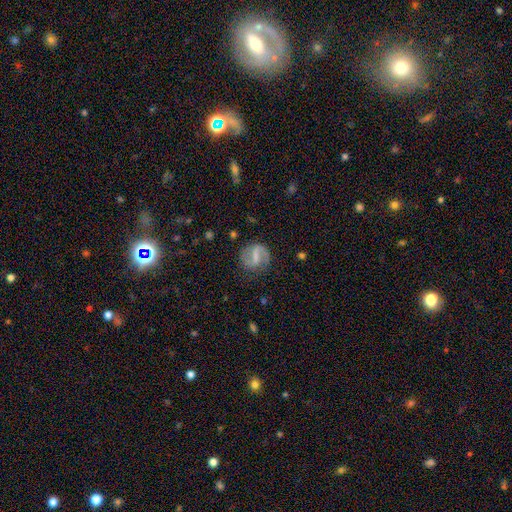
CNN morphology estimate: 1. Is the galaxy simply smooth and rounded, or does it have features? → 79% featured or disk, 15% smooth, 6% star or artifact.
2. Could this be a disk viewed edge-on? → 98% no, 2% yes.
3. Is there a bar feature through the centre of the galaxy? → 45% strong, 42% weak, 13% no.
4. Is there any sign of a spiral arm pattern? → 93% yes, 7% no.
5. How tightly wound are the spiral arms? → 49% medium, 33% loose, 18% tight.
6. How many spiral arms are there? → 89% 2, 5% 1, 4% can't tell, 1% 3, 1% 4, 1% more than 4.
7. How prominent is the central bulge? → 43% none, 34% small, 19% moderate, 3% large, 1% dominant.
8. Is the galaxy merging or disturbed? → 79% none, 13% minor disturbance, 6% major disturbance, 2% merger.